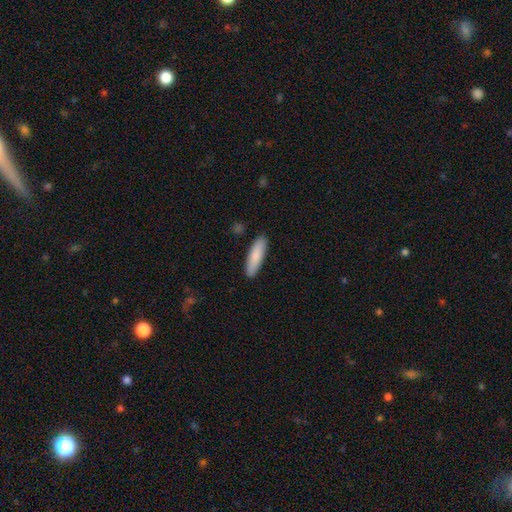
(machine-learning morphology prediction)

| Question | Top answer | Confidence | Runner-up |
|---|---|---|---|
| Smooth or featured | smooth | 86% | featured or disk (9%) |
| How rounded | cigar-shaped | 64% | in between (34%) |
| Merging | none | 89% | minor disturbance (8%) |